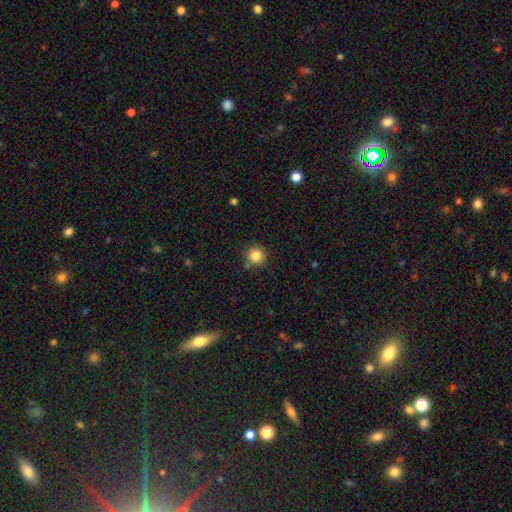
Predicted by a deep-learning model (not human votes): smooth 85%, star or artifact 11%, featured or disk 4%. Down the decision tree: how rounded — round (94%); merging — none (83%).